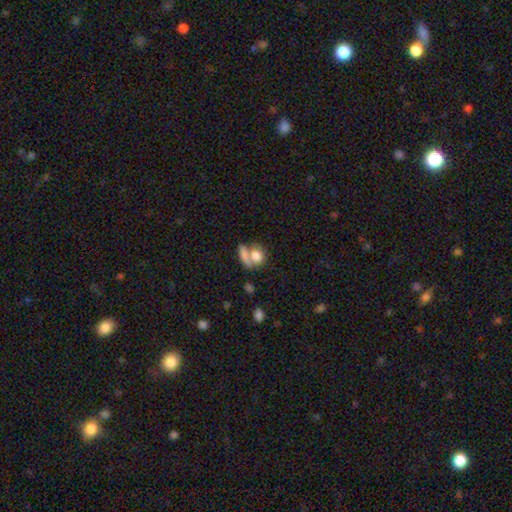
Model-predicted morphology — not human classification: The model was most divided on "how rounded": round: 53%, in between: 44%, cigar-shaped: 3%. More confident: smooth or featured — smooth (75%); merging — merger (54%).